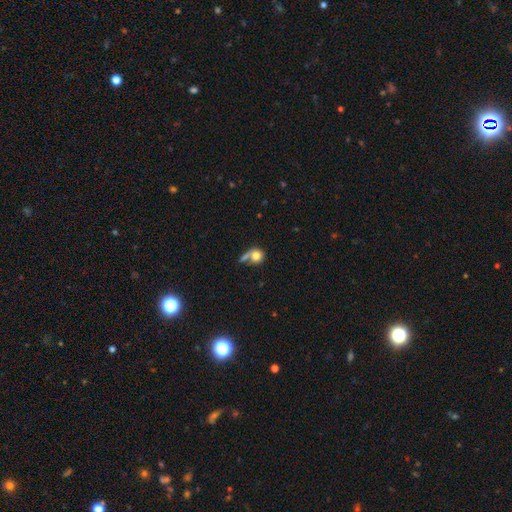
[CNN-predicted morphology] This appears to be a smooth galaxy with no disk features (75%) that is round (77%). Merging: none (36%).